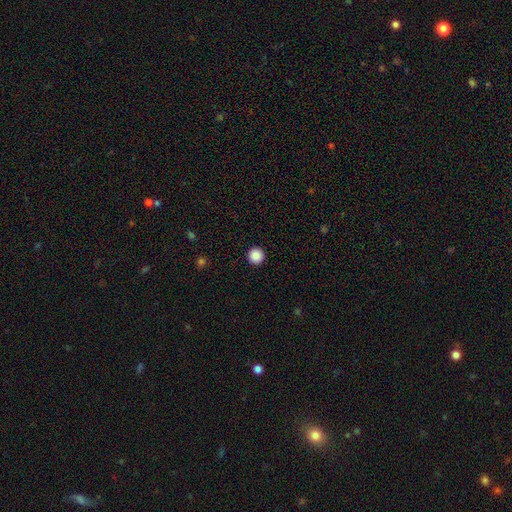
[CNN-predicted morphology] This appears to be a smooth galaxy with no disk features (88%) that is round (96%). Merging: none (94%).